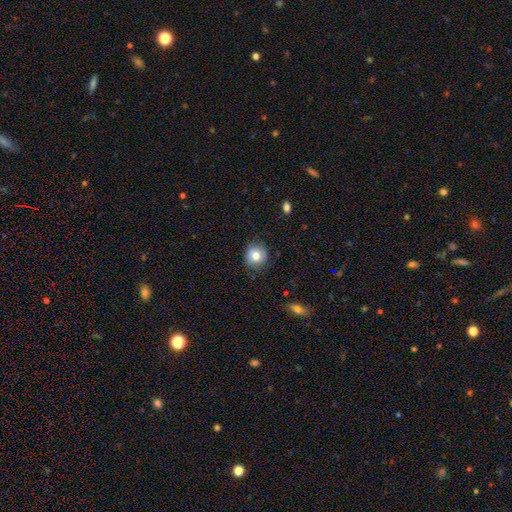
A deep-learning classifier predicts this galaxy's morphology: type=smooth (69%); roundness=round (80%); merging=none (78%).